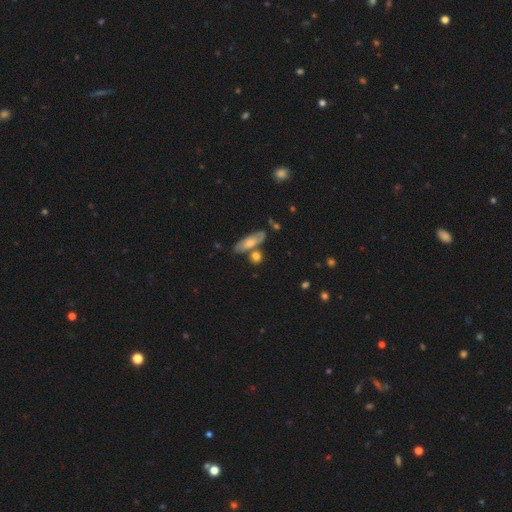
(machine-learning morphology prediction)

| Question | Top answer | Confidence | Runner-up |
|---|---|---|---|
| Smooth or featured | smooth | 69% | featured or disk (21%) |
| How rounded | round | 46% | in between (34%) |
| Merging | none | 63% | merger (20%) |